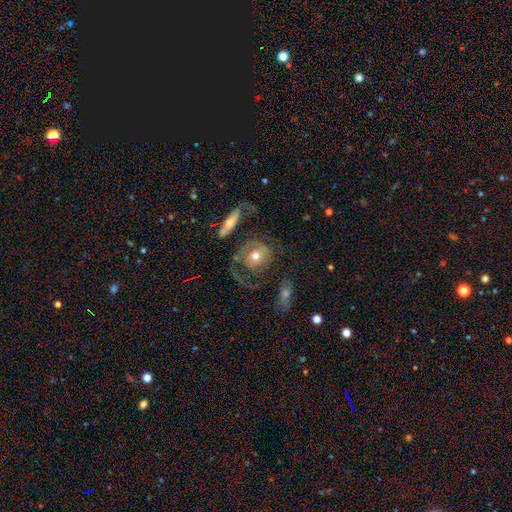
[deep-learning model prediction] Smooth or featured? featured or disk (54%)
Edge-on disk? no (93%)
Merging? none (42%)